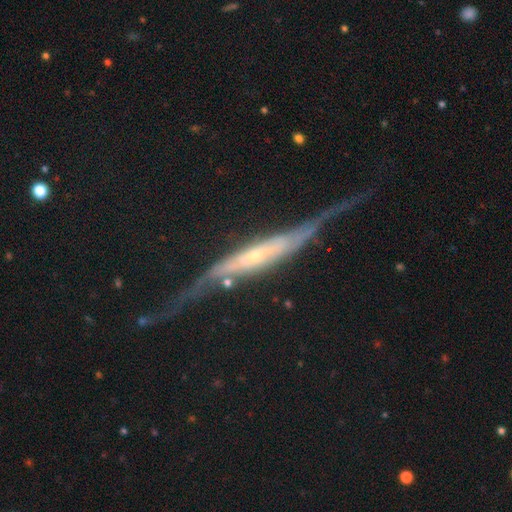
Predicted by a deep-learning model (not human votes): The model was most divided on "edge-on bulge": rounded: 50%, none: 31%, boxy: 20%. More confident: smooth or featured — featured or disk (84%); edge-on disk — yes (70%); merging — none (53%).